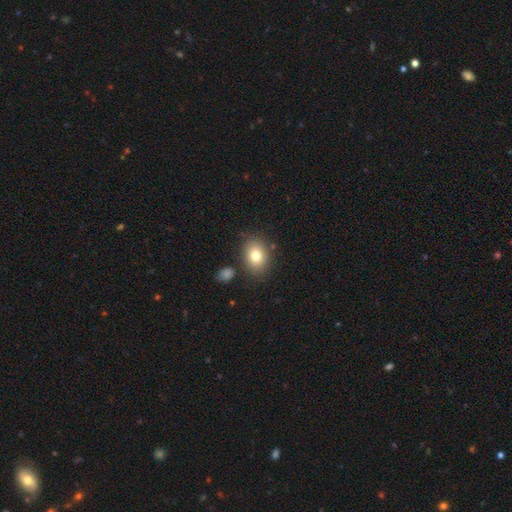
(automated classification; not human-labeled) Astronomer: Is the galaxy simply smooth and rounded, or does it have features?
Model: smooth — 79%.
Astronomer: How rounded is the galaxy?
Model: in between — 66%.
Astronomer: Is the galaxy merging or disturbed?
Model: none — 81%.